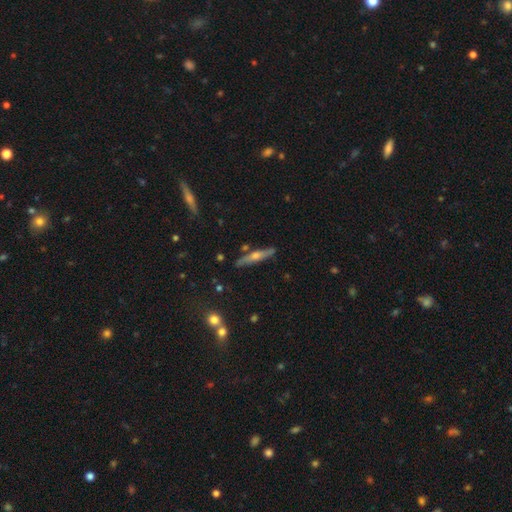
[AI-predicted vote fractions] featured or disk 60%, smooth 32%, star or artifact 7%. Down the decision tree: edge-on disk — yes (94%); edge-on bulge — rounded (85%); merging — none (84%).